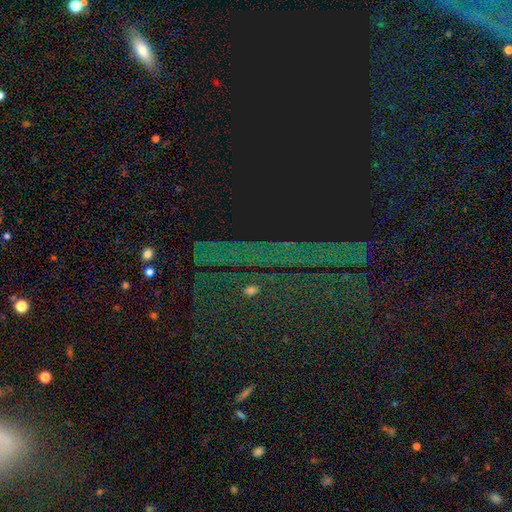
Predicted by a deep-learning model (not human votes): The model was most divided on "smooth or featured": star or artifact: 78%, smooth: 12%, featured or disk: 10%.